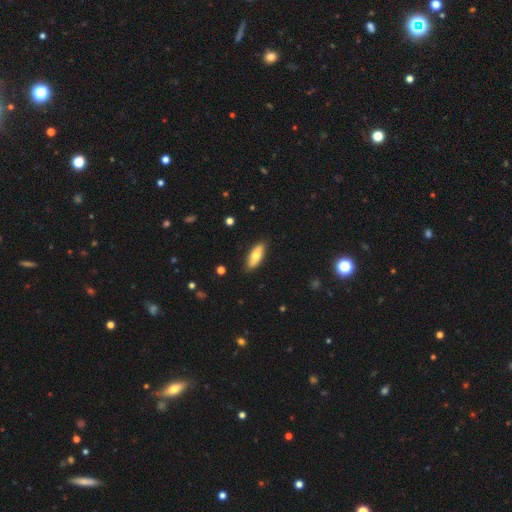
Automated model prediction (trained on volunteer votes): Smooth or featured: smooth — 73% (featured or disk — 21%)
How rounded: in between — 76% (cigar-shaped — 22%)
Merging: none — 87% (minor disturbance — 10%)